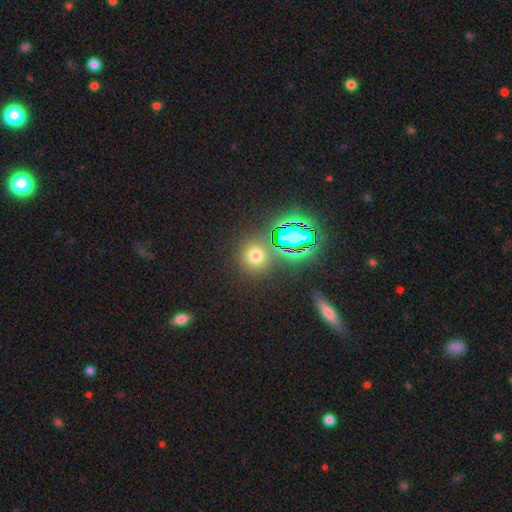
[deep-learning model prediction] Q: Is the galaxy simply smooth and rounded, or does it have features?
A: smooth — 61%.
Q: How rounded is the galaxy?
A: round — 91%.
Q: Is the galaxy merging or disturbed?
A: none — 82%.